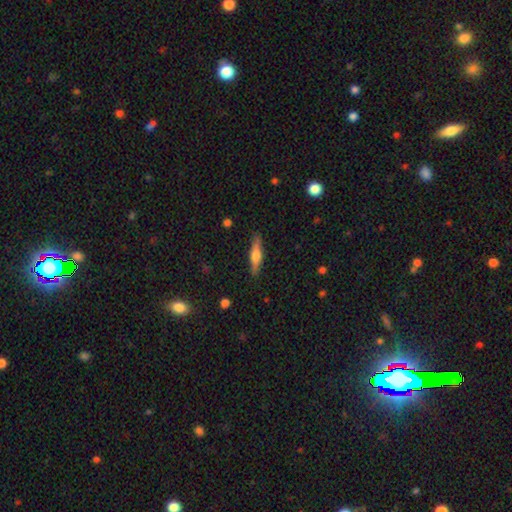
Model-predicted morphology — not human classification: Overall: featured or disk (49%; smooth 45%). Merging: none (88%).